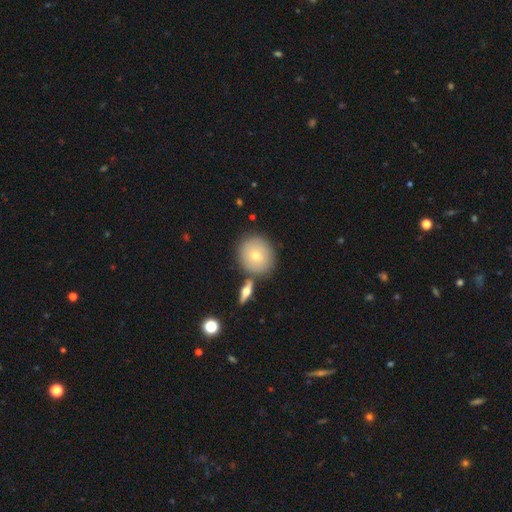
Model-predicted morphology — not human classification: This is likely a smooth galaxy (71%). How rounded: clearly round (83%). Merging: likely none (76%).